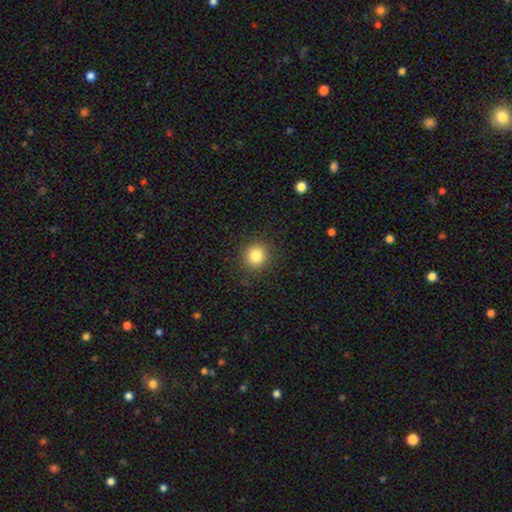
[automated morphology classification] The model was most divided on "smooth or featured": smooth: 83%, star or artifact: 11%, featured or disk: 6%. More confident: how rounded — round (91%); merging — none (90%).